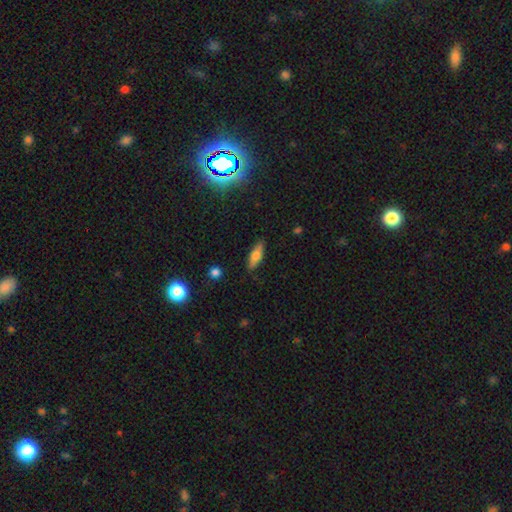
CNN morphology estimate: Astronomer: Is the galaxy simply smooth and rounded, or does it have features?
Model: smooth — 65%.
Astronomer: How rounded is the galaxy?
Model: in between — 57% (runner-up: cigar-shaped, 40%).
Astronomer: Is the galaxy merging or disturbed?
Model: none — 86%.